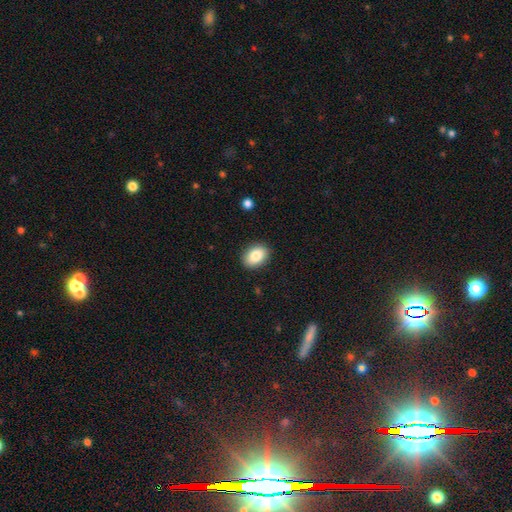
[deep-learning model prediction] Smooth or featured? smooth (84%)
How rounded? in between (82%)
Merging? none (89%)